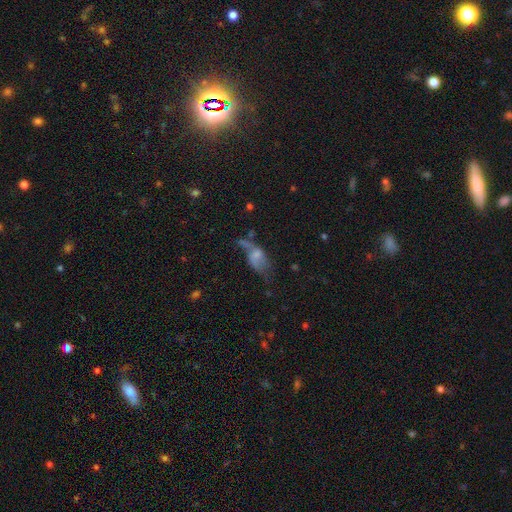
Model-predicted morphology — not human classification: A featured or disk galaxy (45%).

Vote fractions:
- Smooth or featured? featured or disk: 45% / smooth: 43% / star or artifact: 12%
- Merging? major disturbance: 41% / none: 24% / minor disturbance: 23% / merger: 12%